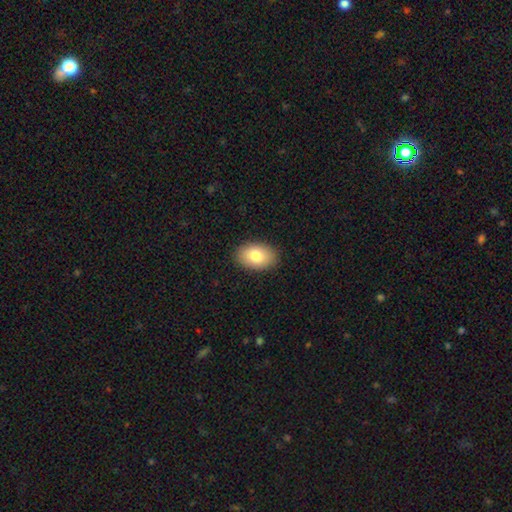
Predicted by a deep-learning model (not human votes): Smooth or featured?
  - smooth: 81% *
  - featured or disk: 12%
  - star or artifact: 7%
How rounded?
  - in between: 89% *
  - round: 10%
  - cigar-shaped: 1%
Merging?
  - none: 89% *
  - minor disturbance: 8%
  - major disturbance: 2%
  - merger: 1%